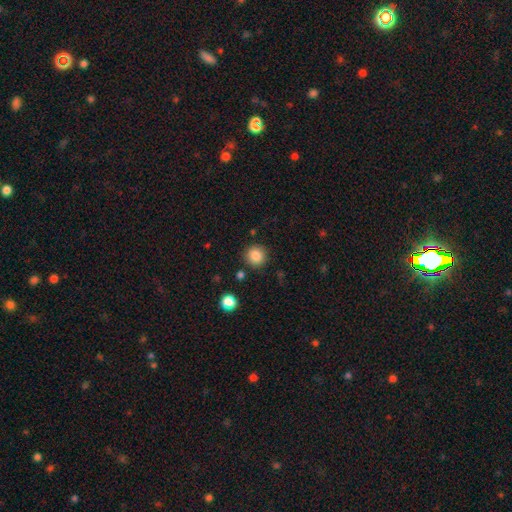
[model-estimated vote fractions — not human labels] Morphology: type=smooth (85%); roundness=round (94%); merging=none (89%).